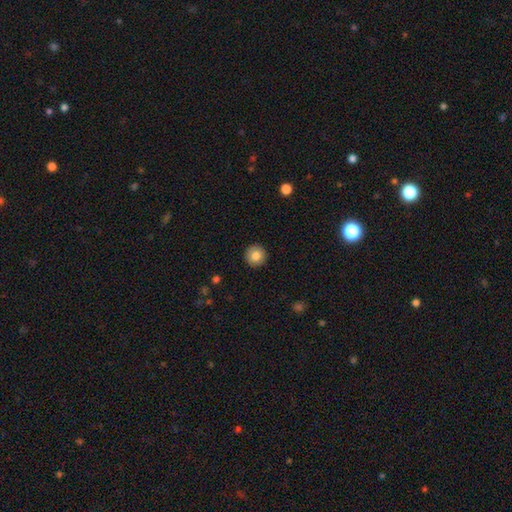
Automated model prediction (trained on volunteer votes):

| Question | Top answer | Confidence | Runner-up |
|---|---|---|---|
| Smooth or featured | smooth | 83% | star or artifact (9%) |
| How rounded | round | 96% | in between (3%) |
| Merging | none | 93% | minor disturbance (5%) |